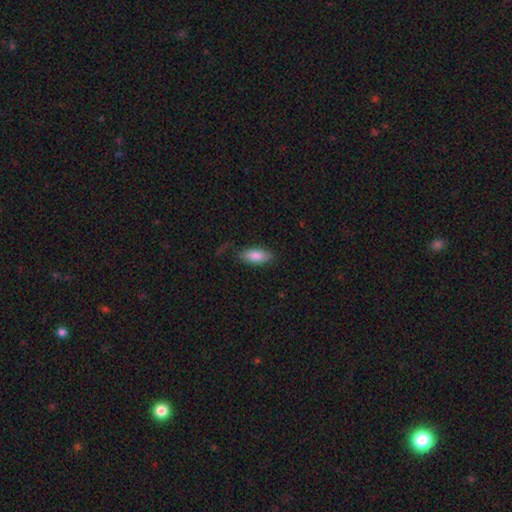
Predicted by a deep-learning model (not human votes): smooth-or-featured: smooth: 84% | featured or disk: 10% | star or artifact: 6%
  how-rounded: in between: 85% | cigar-shaped: 13% | round: 2%
  merging: none: 76% | minor disturbance: 17% | major disturbance: 5% | merger: 2%